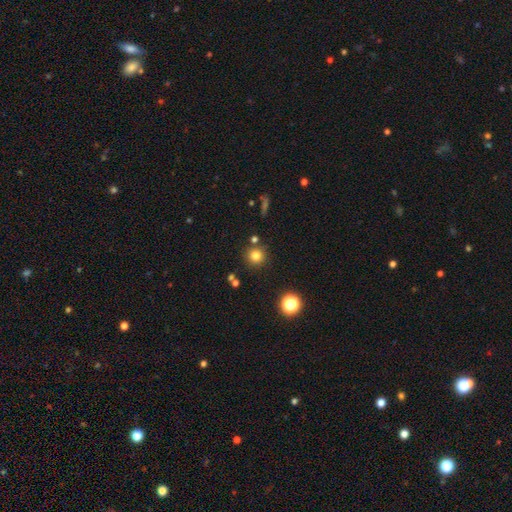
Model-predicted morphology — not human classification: Smooth or featured? Predicted: smooth (p=0.79). How rounded? Predicted: round (p=0.94). Merging? Predicted: none (p=0.83).